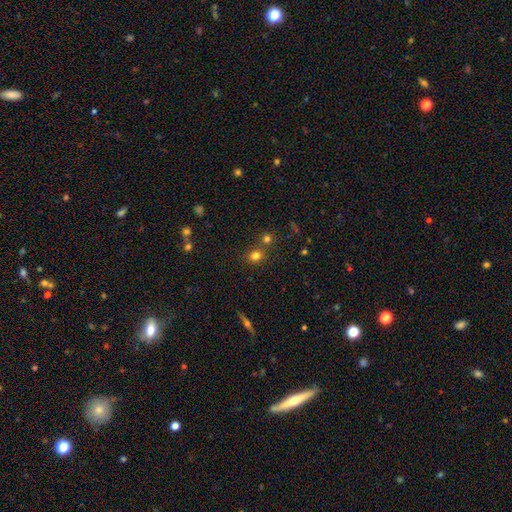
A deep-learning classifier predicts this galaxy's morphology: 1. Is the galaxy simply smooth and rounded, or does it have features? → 75% smooth, 17% star or artifact, 8% featured or disk.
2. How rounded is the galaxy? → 75% round, 24% in between, 1% cigar-shaped.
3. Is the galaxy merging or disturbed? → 70% none, 18% merger, 9% minor disturbance, 3% major disturbance.